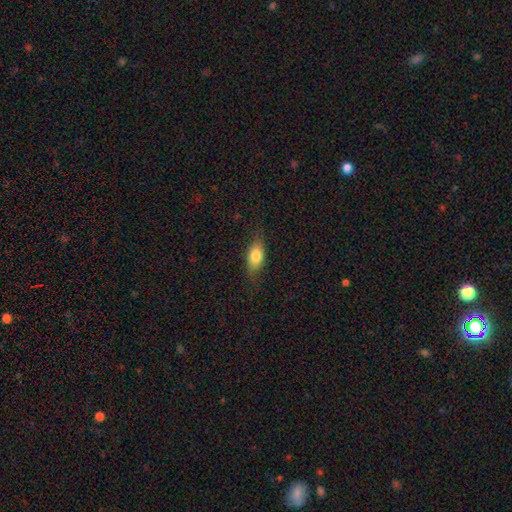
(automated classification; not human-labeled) Smooth or featured: smooth — 79% (featured or disk — 14%)
How rounded: in between — 83% (cigar-shaped — 12%)
Merging: none — 78% (minor disturbance — 16%)